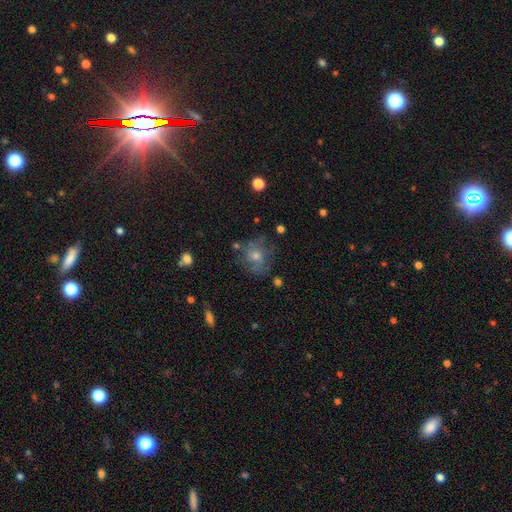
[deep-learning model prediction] The model was most divided on "smooth or featured": featured or disk: 46%, smooth: 35%, star or artifact: 19%. More confident: merging — none (67%).